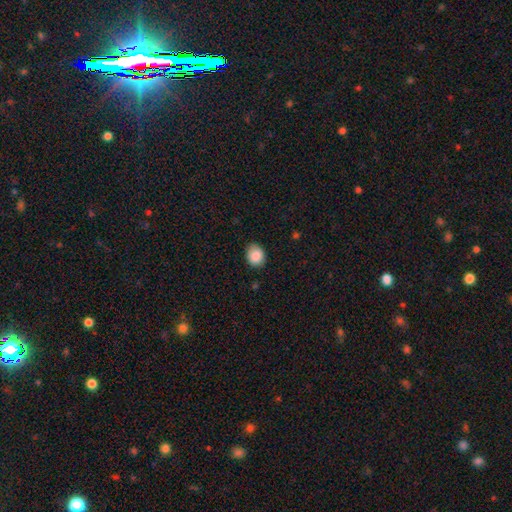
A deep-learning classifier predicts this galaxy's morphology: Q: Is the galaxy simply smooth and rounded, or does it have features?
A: smooth — 88%.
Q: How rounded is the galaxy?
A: round — 50%.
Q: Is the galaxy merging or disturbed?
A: none — 78%.